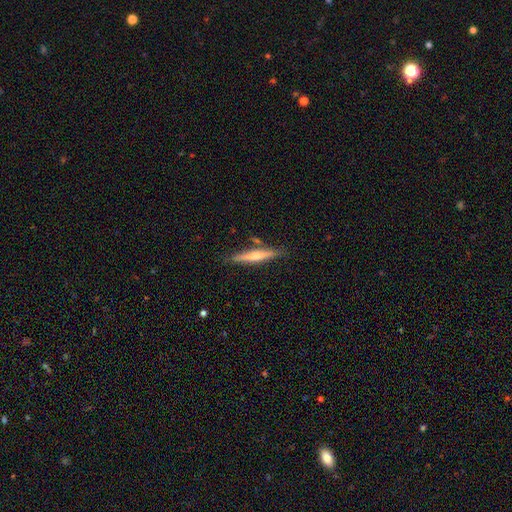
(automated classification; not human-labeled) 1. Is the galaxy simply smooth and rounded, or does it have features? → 48% featured or disk, 46% smooth, 6% star or artifact.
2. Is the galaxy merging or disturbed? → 80% none, 12% minor disturbance, 6% merger, 2% major disturbance.